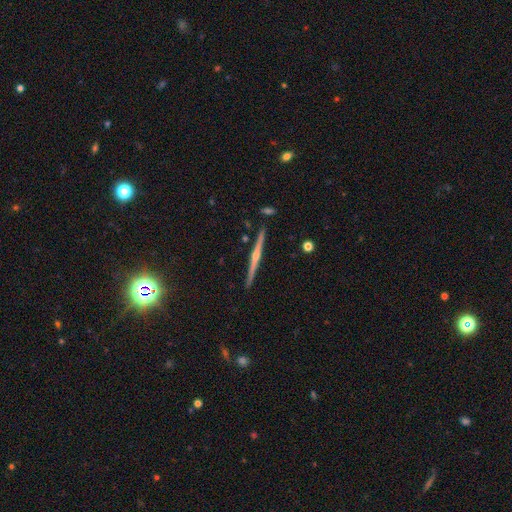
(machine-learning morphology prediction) Smooth or featured: featured or disk — 83% (smooth — 10%)
Edge-on disk: yes — 99% (no — 1%)
Edge-on bulge: rounded — 85% (none — 10%)
Merging: none — 92% (minor disturbance — 5%)